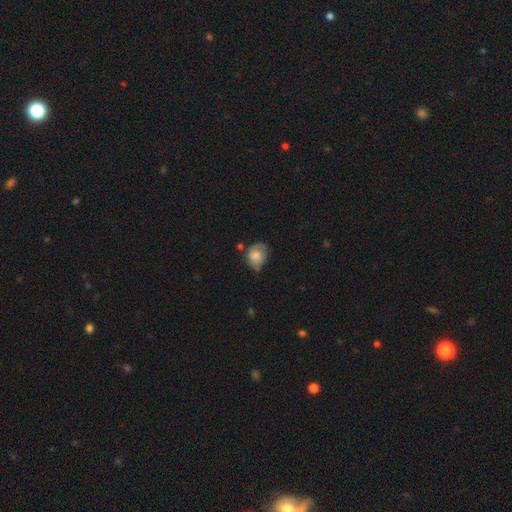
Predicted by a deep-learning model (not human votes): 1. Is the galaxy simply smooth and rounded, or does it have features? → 66% smooth, 26% featured or disk, 8% star or artifact.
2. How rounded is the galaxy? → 50% round, 49% in between, 1% cigar-shaped.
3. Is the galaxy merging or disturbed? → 45% none, 37% minor disturbance, 13% major disturbance, 5% merger.